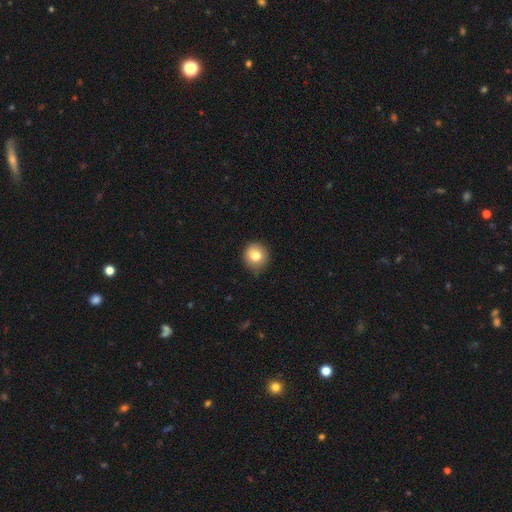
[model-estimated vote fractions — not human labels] The model was most divided on "merging": none: 78%, minor disturbance: 18%, major disturbance: 3%, merger: 1%. More confident: how rounded — round (86%); smooth or featured — smooth (81%).